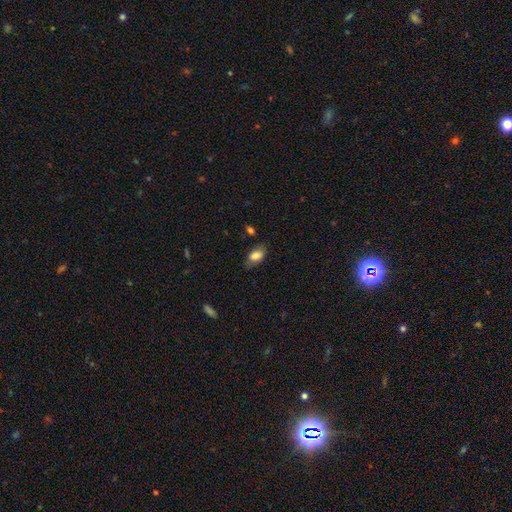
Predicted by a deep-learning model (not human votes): Smooth or featured?
  - smooth: 81% *
  - featured or disk: 12%
  - star or artifact: 8%
How rounded?
  - in between: 90% *
  - round: 7%
  - cigar-shaped: 2%
Merging?
  - none: 71% *
  - minor disturbance: 21%
  - major disturbance: 6%
  - merger: 2%